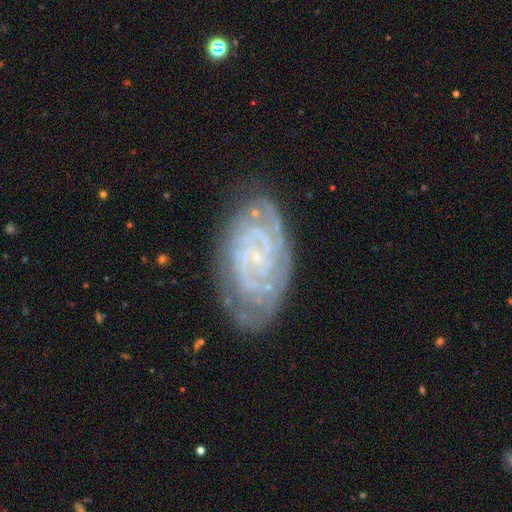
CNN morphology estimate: Smooth or featured? featured or disk (87%)
Edge-on disk? no (96%)
Bar? no (59%)
Spiral arms? yes (97%)
Spiral winding? tight (72%)
Spiral arm count? 2 (38%)
Bulge size? small (84%)
Merging? none (74%)